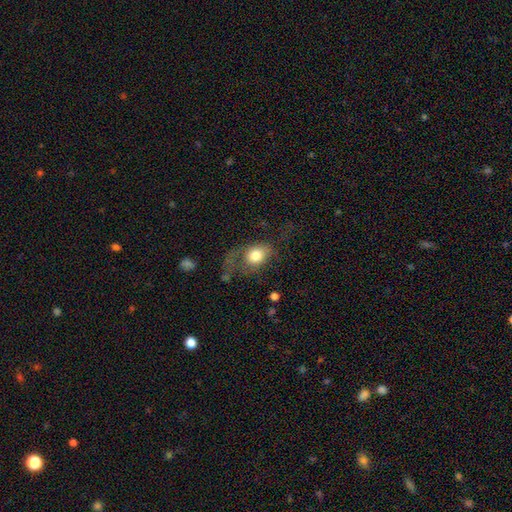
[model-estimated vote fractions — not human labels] This is likely a smooth galaxy (72%). How rounded: possibly in between (59%). Merging: possibly major disturbance (45%).